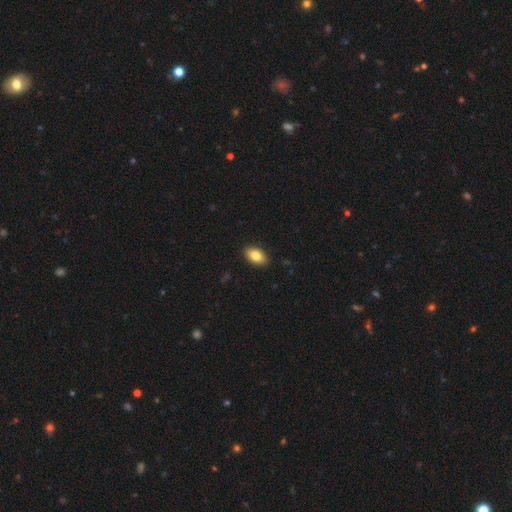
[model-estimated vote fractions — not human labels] The model was most divided on "smooth or featured": smooth: 84%, featured or disk: 8%, star or artifact: 7%. More confident: how rounded — in between (91%); merging — none (89%).